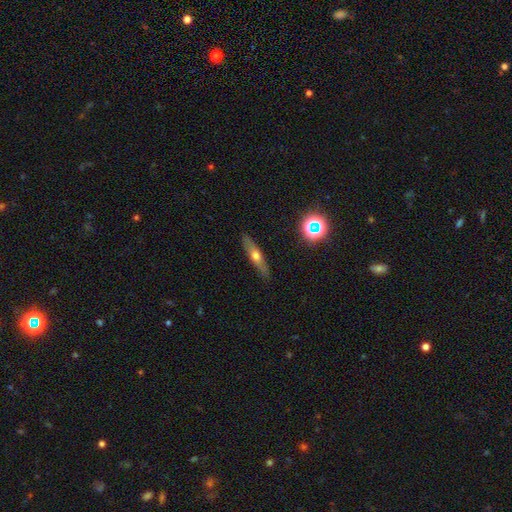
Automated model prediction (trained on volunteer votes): This appears to be a featured or disk galaxy (50%). Merging: none (86%).